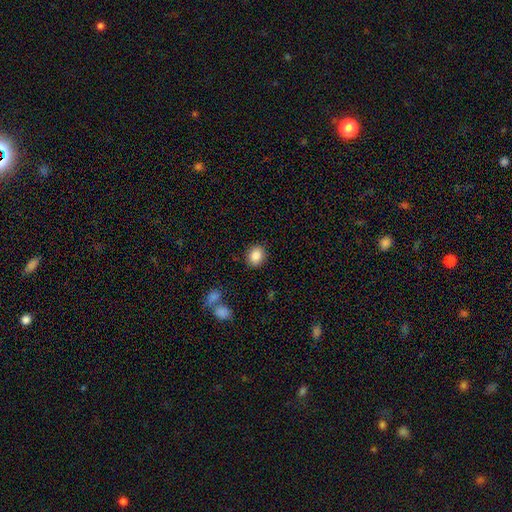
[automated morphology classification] This appears to be a smooth galaxy with no disk features (87%) that is round (57%). Merging: none (88%).